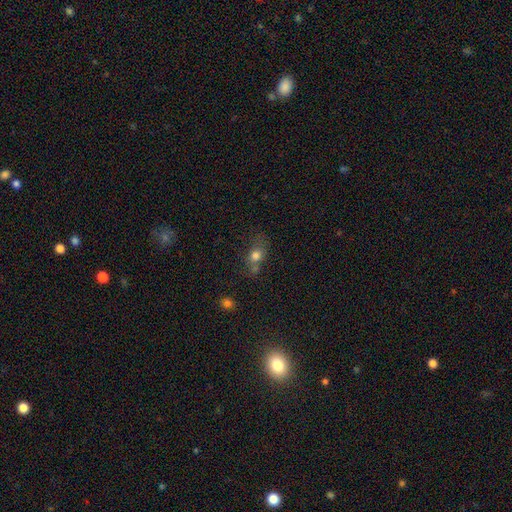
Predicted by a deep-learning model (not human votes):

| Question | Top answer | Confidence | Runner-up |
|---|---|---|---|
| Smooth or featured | smooth | 75% | star or artifact (13%) |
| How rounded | round | 52% | in between (45%) |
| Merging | none | 42% | merger (28%) |